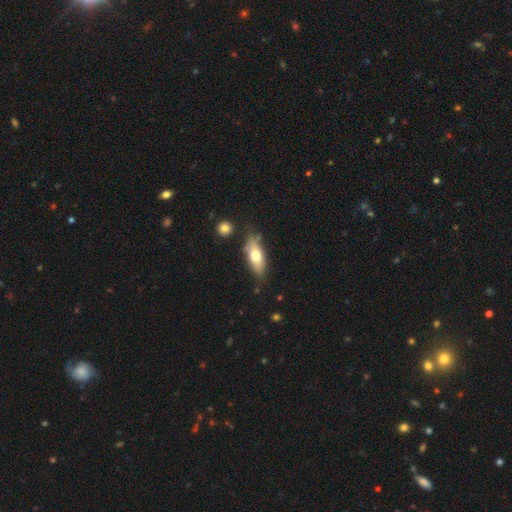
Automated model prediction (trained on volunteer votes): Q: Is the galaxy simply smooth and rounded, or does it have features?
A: smooth — 63%.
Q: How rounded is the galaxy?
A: in between — 71%.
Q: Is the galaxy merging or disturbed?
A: none — 71%.